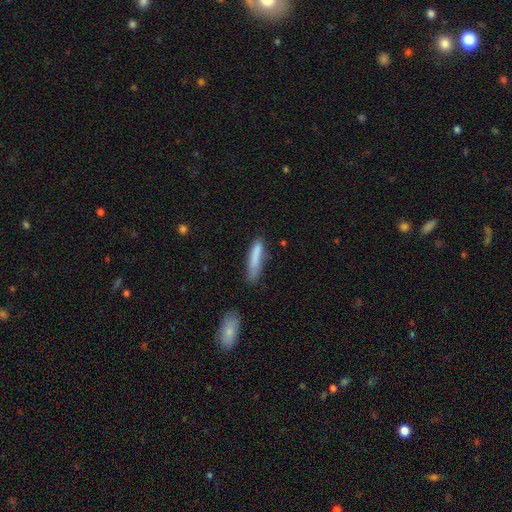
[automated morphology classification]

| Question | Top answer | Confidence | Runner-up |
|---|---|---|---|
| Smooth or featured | smooth | 81% | featured or disk (12%) |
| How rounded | cigar-shaped | 87% | in between (12%) |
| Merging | none | 66% | minor disturbance (24%) |